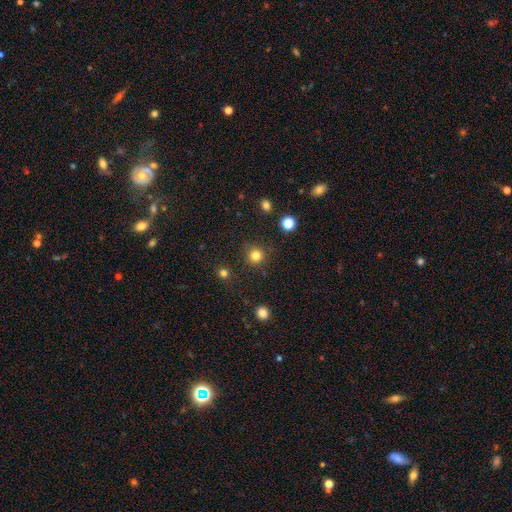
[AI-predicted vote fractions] A smooth galaxy with no disk features (81%) that is round (94%).

Vote fractions:
- Smooth or featured? smooth: 81% / star or artifact: 14% / featured or disk: 5%
- How rounded? round: 94% / in between: 5% / cigar-shaped: 1%
- Merging? none: 87% / minor disturbance: 8% / major disturbance: 3% / merger: 2%